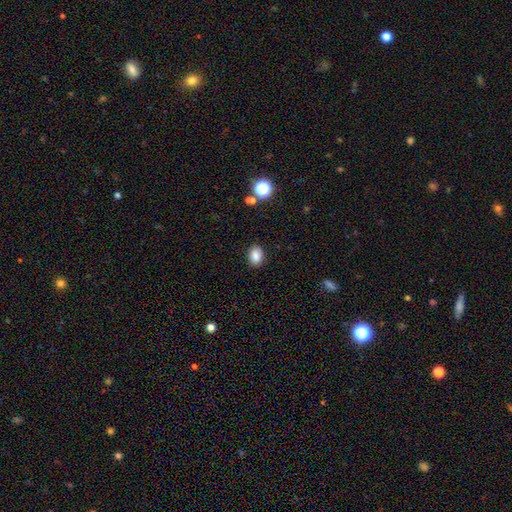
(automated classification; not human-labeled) Overall: smooth (85%). How rounded: in between (71%). Merging: none (88%).